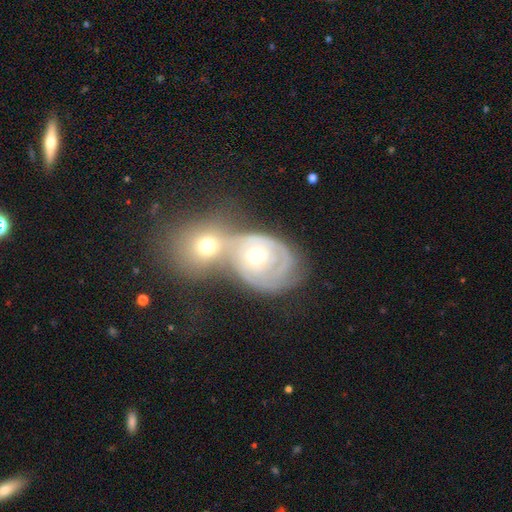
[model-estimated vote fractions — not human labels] The model was most divided on "spiral arm count": 2: 43%, can't tell: 37%, 3: 8%, 1: 6%, 4: 3%, more than 4: 3%. More confident: edge-on disk — no (95%); spiral arms — yes (79%); smooth or featured — featured or disk (71%); spiral winding — tight (71%); bar — no (68%); bulge size — moderate (63%); merging — merger (57%).